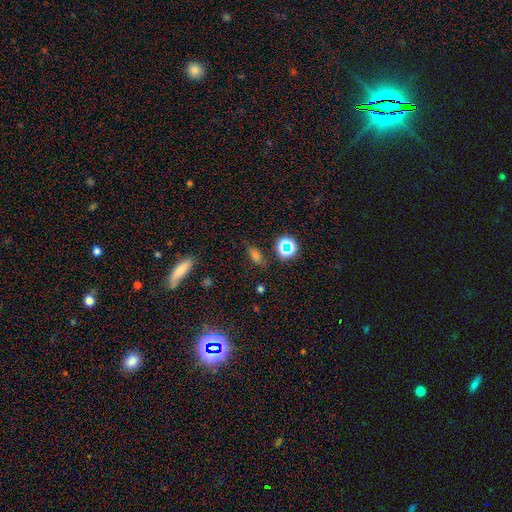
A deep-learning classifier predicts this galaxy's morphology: Smooth or featured: smooth — 49% (star or artifact — 36%)
Merging: none — 77% (minor disturbance — 13%)